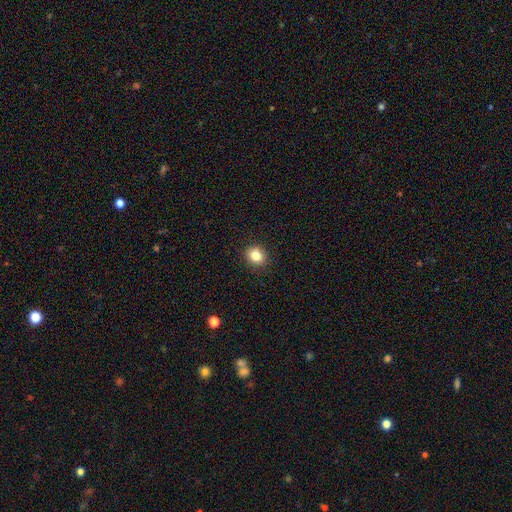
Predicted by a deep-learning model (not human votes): smooth_or_featured: smooth (p=0.83) [alt: star or artifact p=0.11]
how_rounded: round (p=0.73) [alt: in between p=0.26]
merging: none (p=0.91) [alt: minor disturbance p=0.06]